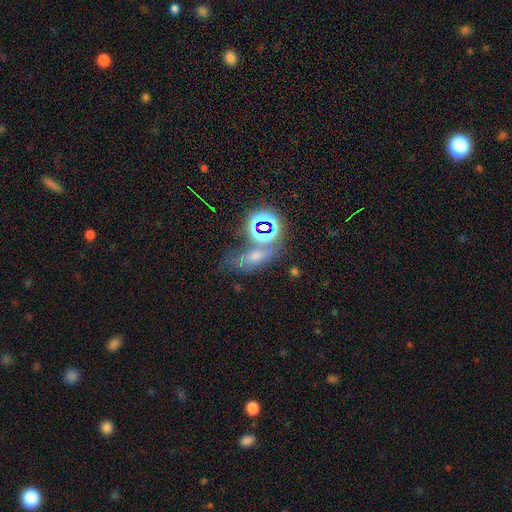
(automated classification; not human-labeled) Smooth or featured: smooth — 42% (star or artifact — 39%)
Merging: none — 44% (merger — 25%)